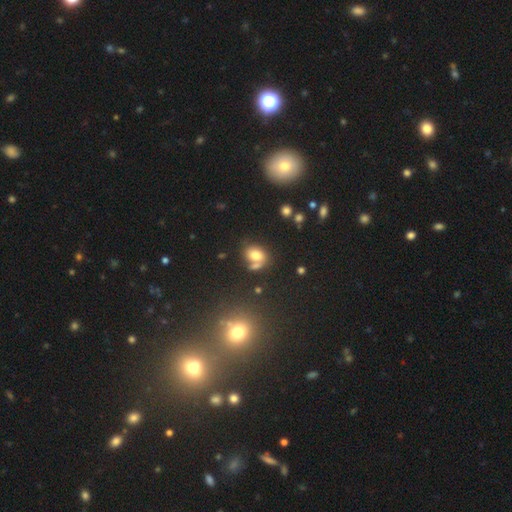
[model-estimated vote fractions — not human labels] Q: Smooth or featured?
A: smooth (72%); runner-up: featured or disk (15%)
Q: How rounded?
A: in between (62%); runner-up: round (36%)
Q: Merging?
A: none (45%); runner-up: merger (33%)